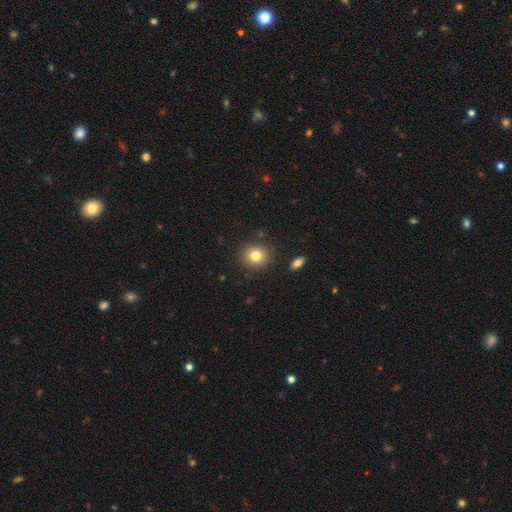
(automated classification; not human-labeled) Overall: smooth (81%). How rounded: round (82%). Merging: none (87%).